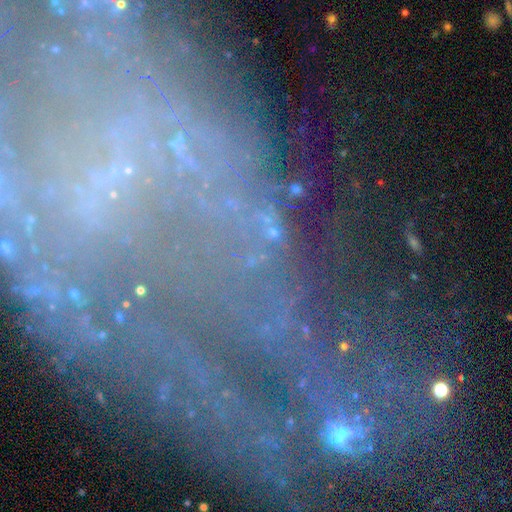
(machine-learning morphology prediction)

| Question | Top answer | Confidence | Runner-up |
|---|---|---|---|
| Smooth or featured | star or artifact | 63% | featured or disk (23%) |